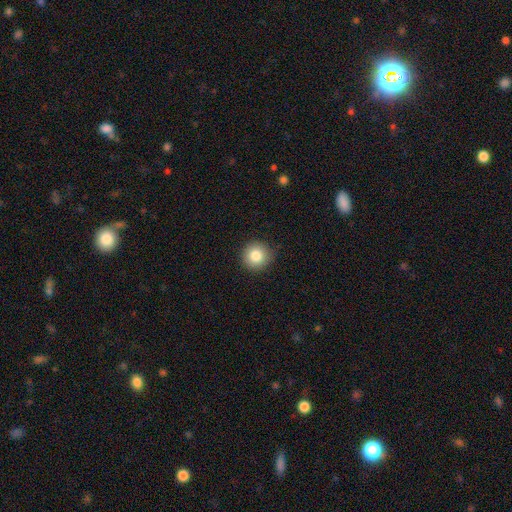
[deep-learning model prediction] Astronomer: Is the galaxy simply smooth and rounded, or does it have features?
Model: smooth — 83%.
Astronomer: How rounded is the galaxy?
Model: round — 94%.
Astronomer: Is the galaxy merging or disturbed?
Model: none — 89%.